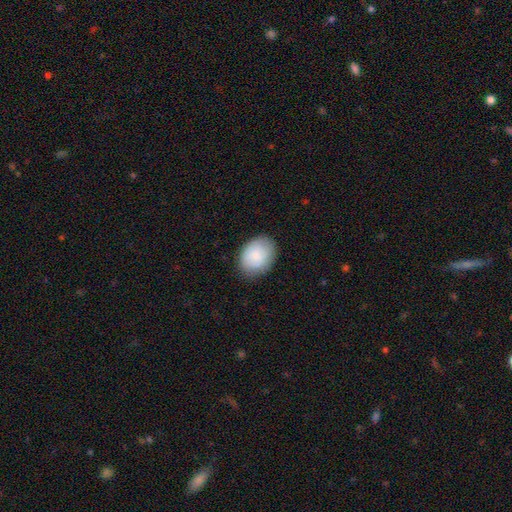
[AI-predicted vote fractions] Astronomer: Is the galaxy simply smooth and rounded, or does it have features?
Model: smooth — 86%.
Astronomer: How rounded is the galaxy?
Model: in between — 63%.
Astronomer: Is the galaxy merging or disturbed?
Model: none — 81%.